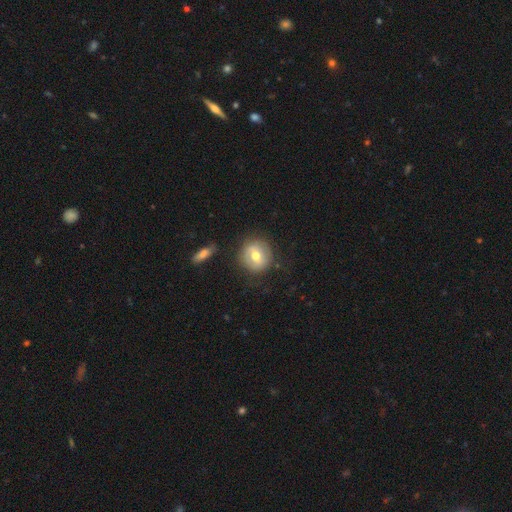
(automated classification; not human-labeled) Smooth or featured? Predicted: smooth (p=0.55). How rounded? Predicted: round (p=0.89). Merging? Predicted: none (p=0.79).